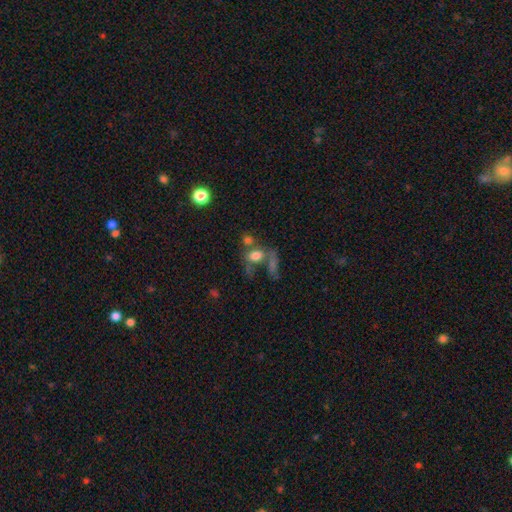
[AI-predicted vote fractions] Smooth or featured? Predicted: smooth (p=0.69). How rounded? Predicted: in between (p=0.71). Merging? Predicted: merger (p=0.39).